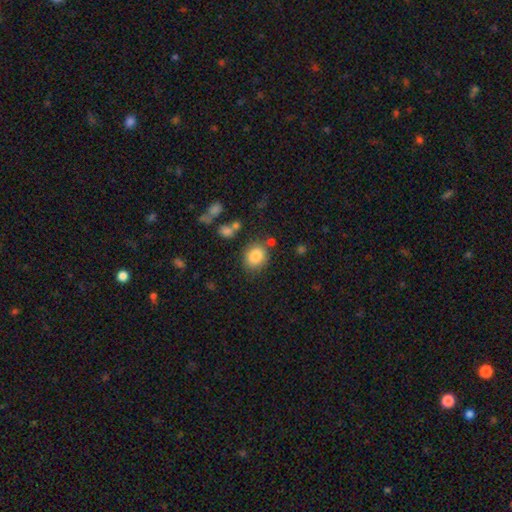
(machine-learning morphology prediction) This is clearly a smooth galaxy (83%). How rounded: likely round (64%). Merging: likely none (78%).